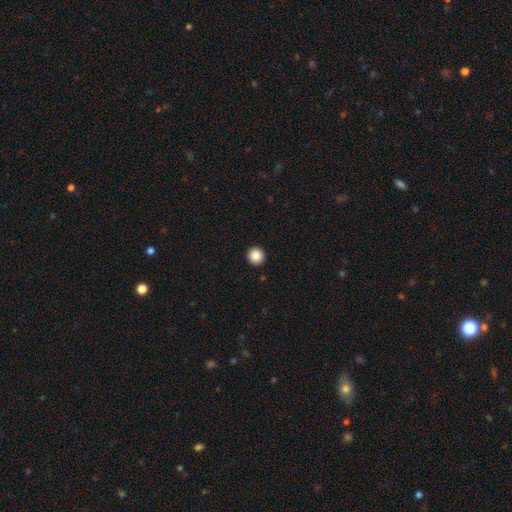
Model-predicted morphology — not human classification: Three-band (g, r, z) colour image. It shows a smooth galaxy with no disk features (87%) that is round (96%). Merging: none (94%).